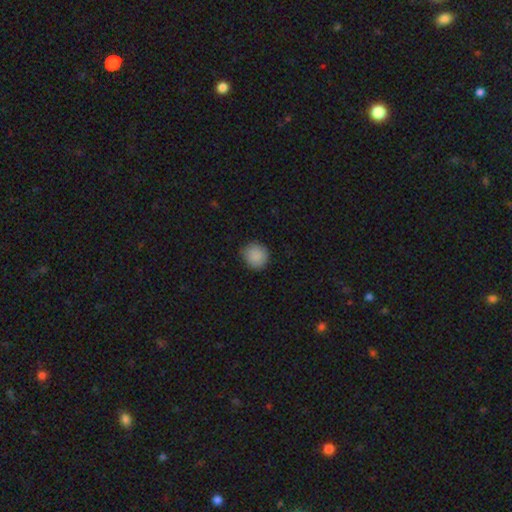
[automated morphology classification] A smooth galaxy with no disk features (89%) that is round (91%). Merging: none (86%).